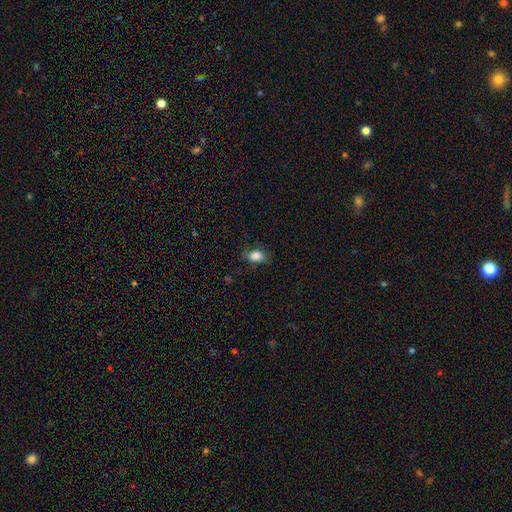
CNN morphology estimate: smooth_or_featured: smooth (p=0.84) [alt: star or artifact p=0.10]
how_rounded: in between (p=0.75) [alt: round p=0.23]
merging: none (p=0.77) [alt: minor disturbance p=0.18]